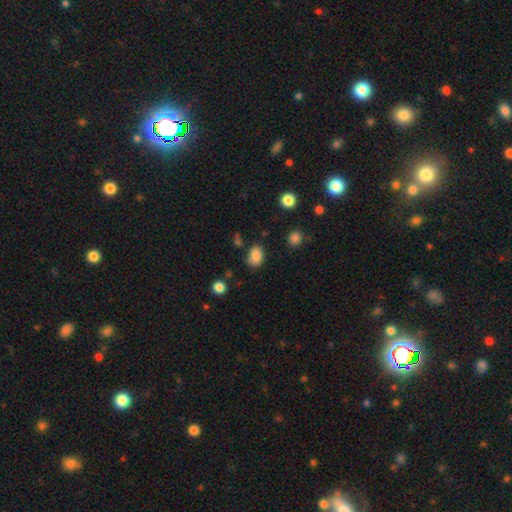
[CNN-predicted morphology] smooth 85%, star or artifact 10%, featured or disk 5%. Down the decision tree: how rounded — in between (74%); merging — none (70%).